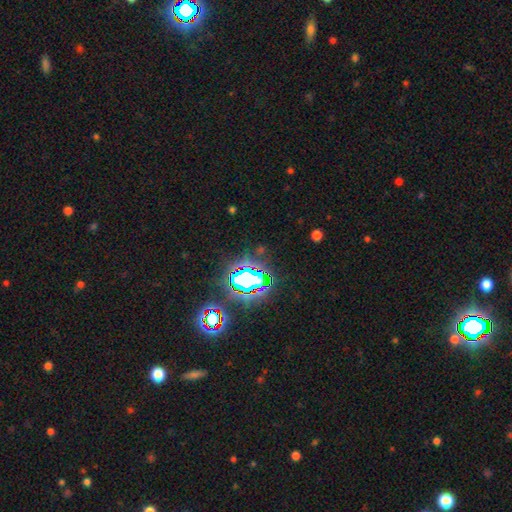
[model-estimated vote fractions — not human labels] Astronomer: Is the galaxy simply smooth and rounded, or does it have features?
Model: star or artifact — 78%.